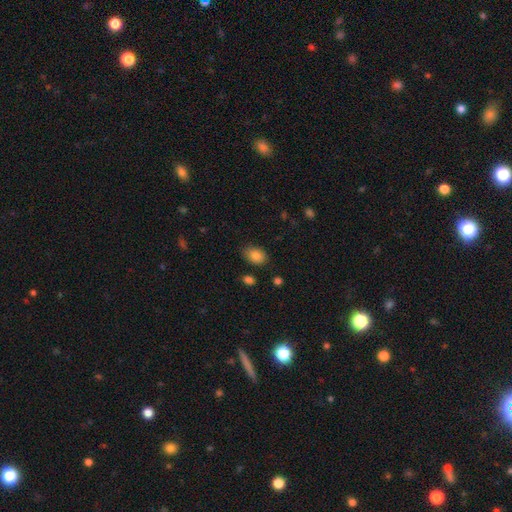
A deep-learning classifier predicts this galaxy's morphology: smooth-or-featured: smooth: 85% | star or artifact: 8% | featured or disk: 6%
  how-rounded: in between: 81% | round: 18% | cigar-shaped: 1%
  merging: none: 79% | minor disturbance: 16% | major disturbance: 3% | merger: 2%